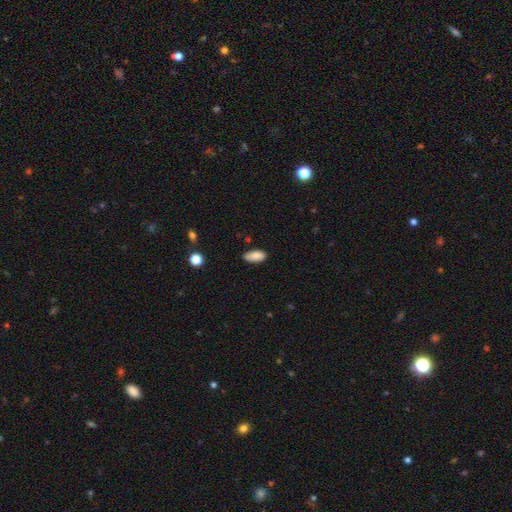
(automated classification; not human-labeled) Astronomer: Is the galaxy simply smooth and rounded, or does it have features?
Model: smooth — 87%.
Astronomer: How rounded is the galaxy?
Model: in between — 87%.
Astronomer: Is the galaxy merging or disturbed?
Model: none — 80%.